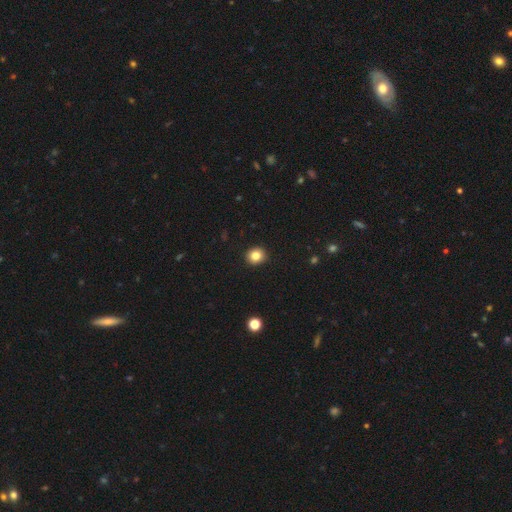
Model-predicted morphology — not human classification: smooth 84%, star or artifact 11%, featured or disk 5%. Down the decision tree: how rounded — round (83%); merging — none (92%).